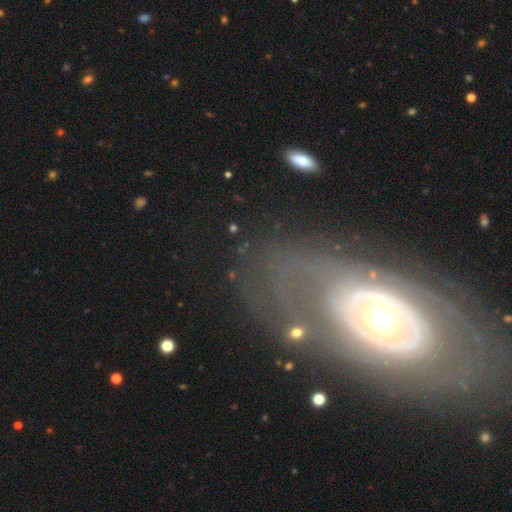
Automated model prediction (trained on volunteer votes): The model was most divided on "spiral arms": no: 68%, yes: 32%. More confident: edge-on disk — no (90%); bar — no (78%); merging — none (77%); smooth or featured — featured or disk (74%); bulge size — moderate (62%).